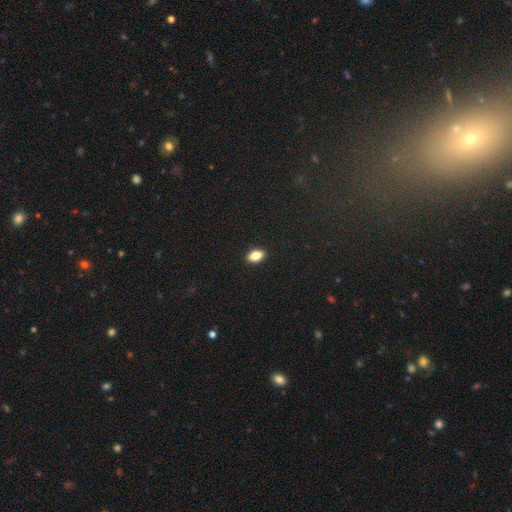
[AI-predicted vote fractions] Morphology: type=smooth (84%); roundness=in between (88%); merging=none (91%).